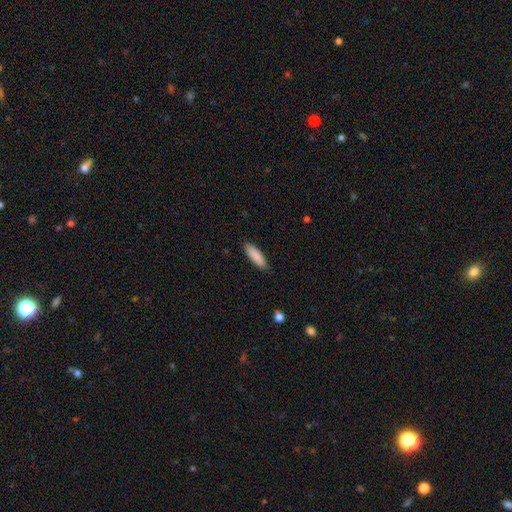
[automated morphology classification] Smooth or featured? Predicted: smooth (p=0.88). How rounded? Predicted: cigar-shaped (p=0.53). Merging? Predicted: none (p=0.88).